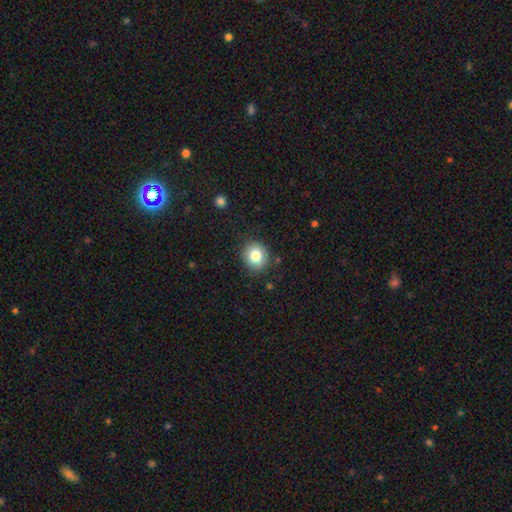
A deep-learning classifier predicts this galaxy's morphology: smooth 81%, star or artifact 10%, featured or disk 9%. Down the decision tree: how rounded — round (80%); merging — none (88%).